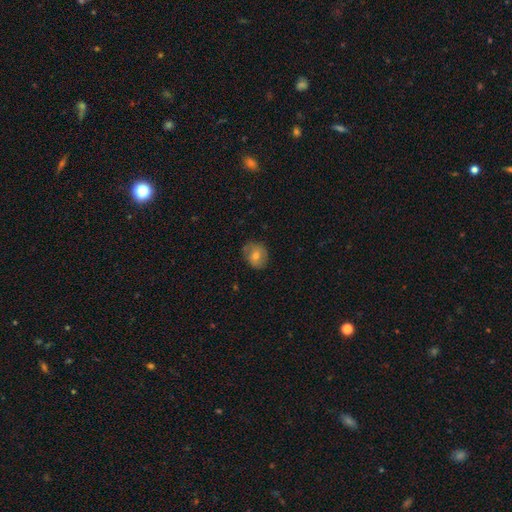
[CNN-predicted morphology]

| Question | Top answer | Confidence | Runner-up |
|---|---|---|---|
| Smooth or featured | smooth | 62% | featured or disk (28%) |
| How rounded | round | 65% | in between (34%) |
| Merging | none | 77% | minor disturbance (18%) |